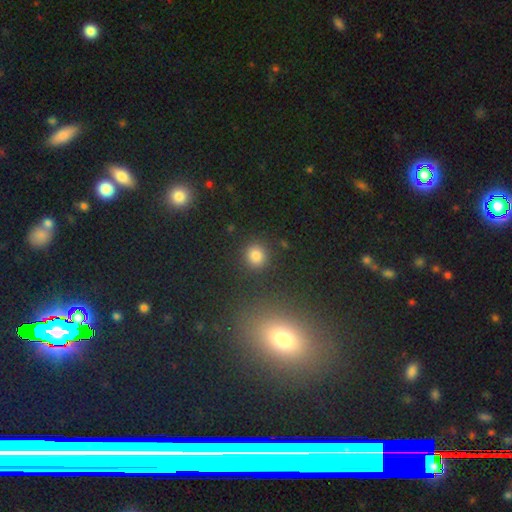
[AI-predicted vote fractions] Smooth or featured?
  - smooth: 80% *
  - star or artifact: 15%
  - featured or disk: 5%
How rounded?
  - round: 86% *
  - in between: 12%
  - cigar-shaped: 1%
Merging?
  - none: 87% *
  - minor disturbance: 7%
  - major disturbance: 3%
  - merger: 3%